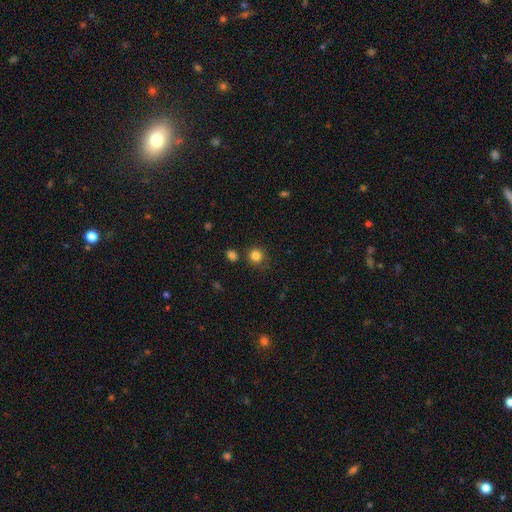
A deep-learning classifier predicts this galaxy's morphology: smooth_or_featured: smooth (p=0.83) [alt: star or artifact p=0.13]
how_rounded: round (p=0.91) [alt: in between p=0.08]
merging: none (p=0.80) [alt: minor disturbance p=0.10]